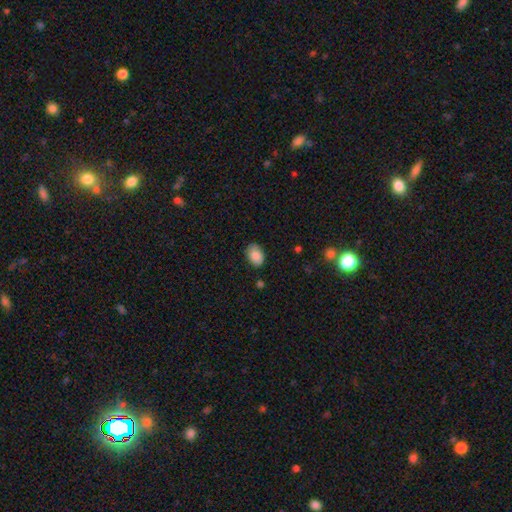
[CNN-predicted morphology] A smooth galaxy with no disk features (87%) that is in between round and cigar-shaped (84%).

Vote fractions:
- Smooth or featured? smooth: 87% / star or artifact: 7% / featured or disk: 5%
- How rounded? in between: 84% / round: 15% / cigar-shaped: 1%
- Merging? none: 81% / minor disturbance: 15% / major disturbance: 3% / merger: 2%